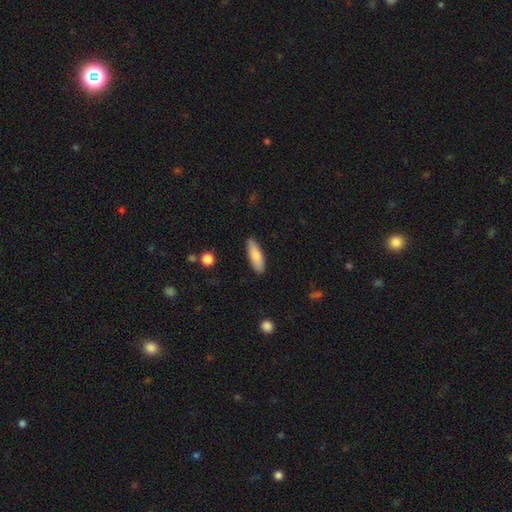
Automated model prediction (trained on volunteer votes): smooth-or-featured: smooth: 80% | featured or disk: 14% | star or artifact: 6%
  how-rounded: in between: 56% | cigar-shaped: 42% | round: 2%
  merging: none: 88% | minor disturbance: 9% | major disturbance: 2% | merger: 1%